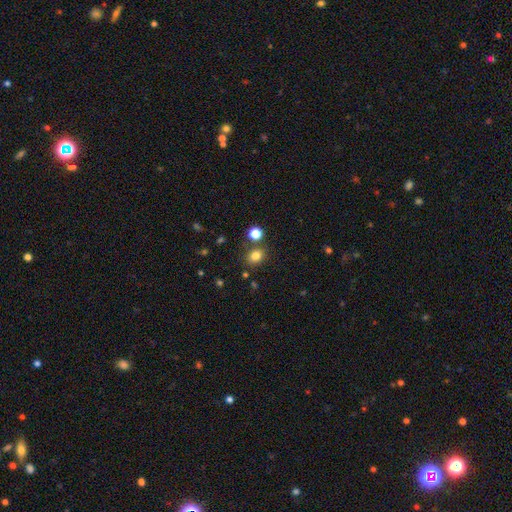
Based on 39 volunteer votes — Smooth or featured? smooth (79%)
How rounded? round (55%)
Merging? none (74%)